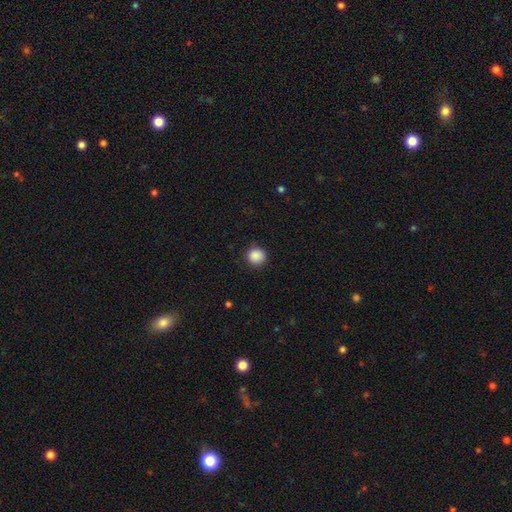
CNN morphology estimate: A smooth galaxy with no disk features (88%) that is round (94%). Merging: none (89%).